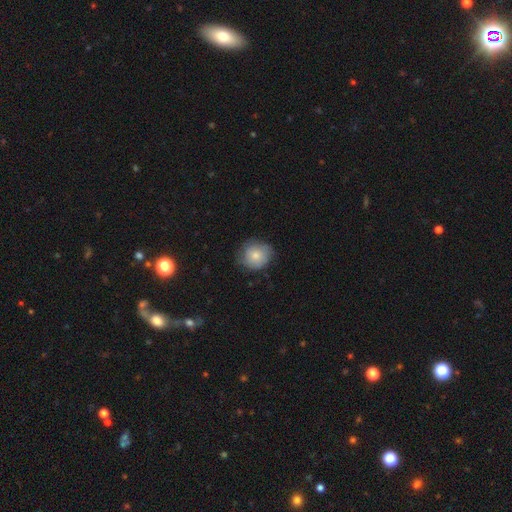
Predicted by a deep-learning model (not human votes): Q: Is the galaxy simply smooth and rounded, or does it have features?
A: smooth — 75%.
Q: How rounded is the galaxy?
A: round — 84%.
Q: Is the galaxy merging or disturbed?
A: none — 70%.